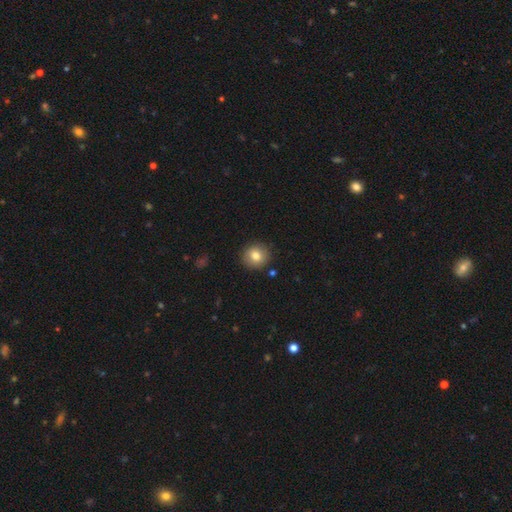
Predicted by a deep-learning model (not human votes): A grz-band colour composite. It shows a smooth galaxy with no disk features (80%) that is round (90%). Merging: none (89%).